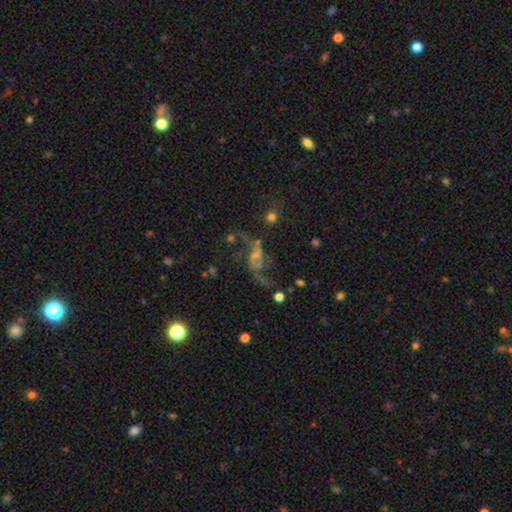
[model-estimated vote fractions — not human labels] Smooth or featured: featured or disk — 69% (star or artifact — 18%)
Edge-on disk: no — 96% (yes — 4%)
Bar: no — 46% (weak — 40%)
Spiral arms: yes — 86% (no — 14%)
Spiral winding: loose — 79% (medium — 17%)
Spiral arm count: 2 — 84% (1 — 6%)
Bulge size: small — 41% (none — 32%)
Merging: none — 46% (major disturbance — 29%)